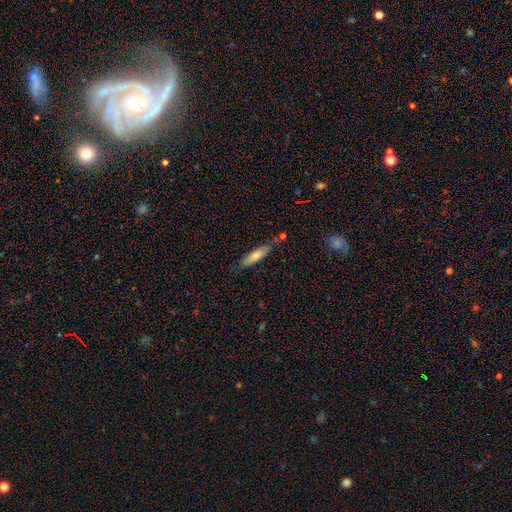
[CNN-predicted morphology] A smooth galaxy with no disk features (70%) that is cigar-shaped (74%). Merging: none (67%).